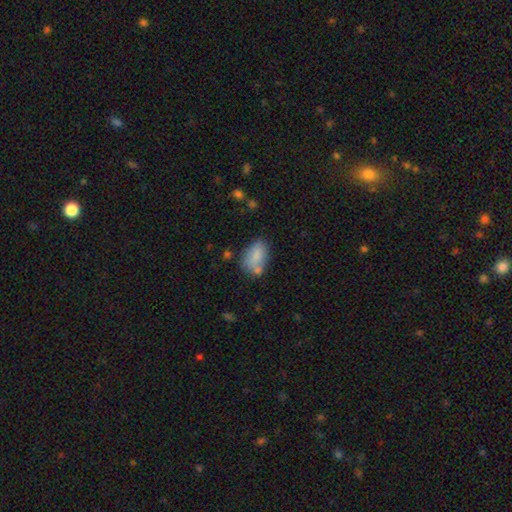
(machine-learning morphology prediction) smooth_or_featured: smooth (p=0.79) [alt: featured or disk p=0.13]
how_rounded: in between (p=0.90) [alt: round p=0.07]
merging: none (p=0.54) [alt: minor disturbance p=0.22]